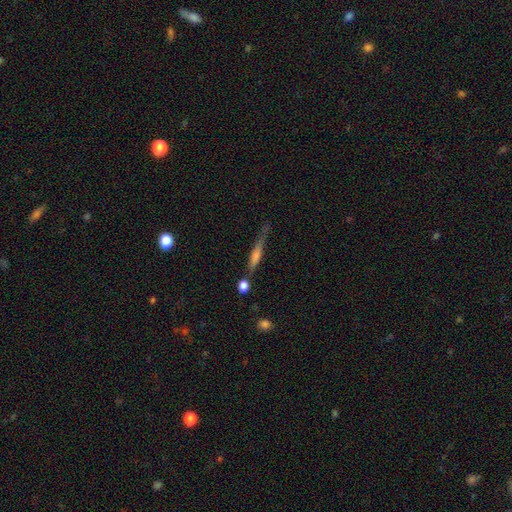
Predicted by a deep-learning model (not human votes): This appears to be a featured or disk galaxy (52%) viewed edge-on (93%). Merging: none (62%).